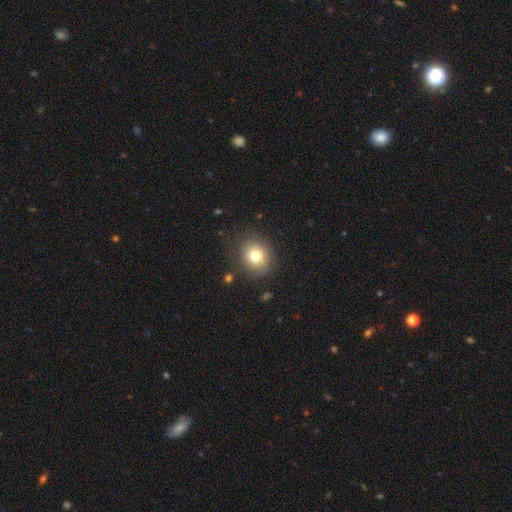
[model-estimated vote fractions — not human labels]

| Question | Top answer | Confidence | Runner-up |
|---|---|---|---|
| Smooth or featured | smooth | 76% | featured or disk (12%) |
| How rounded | round | 73% | in between (26%) |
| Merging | none | 83% | minor disturbance (11%) |